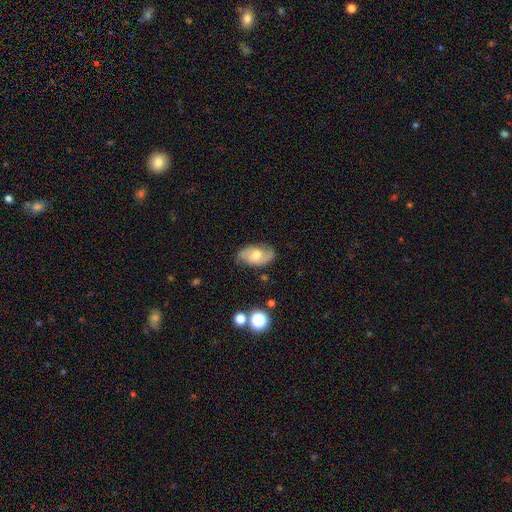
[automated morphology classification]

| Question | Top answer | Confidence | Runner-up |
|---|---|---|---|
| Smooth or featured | featured or disk | 62% | smooth (30%) |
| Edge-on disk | no | 94% | yes (6%) |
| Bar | no | 58% | weak (35%) |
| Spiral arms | yes | 86% | no (14%) |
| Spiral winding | medium | 47% | loose (28%) |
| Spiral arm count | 2 | 83% | can't tell (10%) |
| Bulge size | moderate | 67% | small (21%) |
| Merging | none | 75% | minor disturbance (18%) |